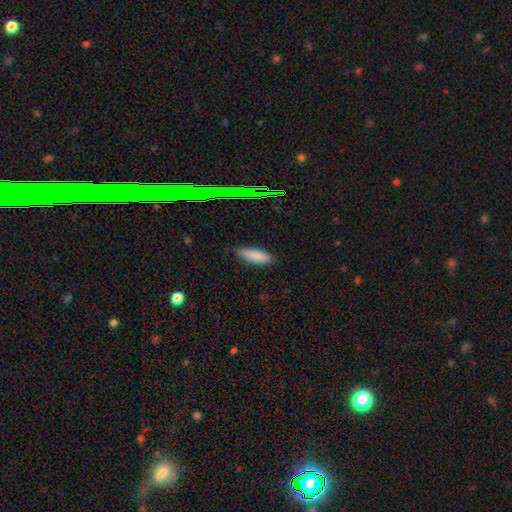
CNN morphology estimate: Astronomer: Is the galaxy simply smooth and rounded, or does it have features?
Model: smooth — 83%.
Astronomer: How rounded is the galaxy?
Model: in between — 50% (runner-up: cigar-shaped, 49%).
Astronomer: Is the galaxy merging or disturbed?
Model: none — 82%.